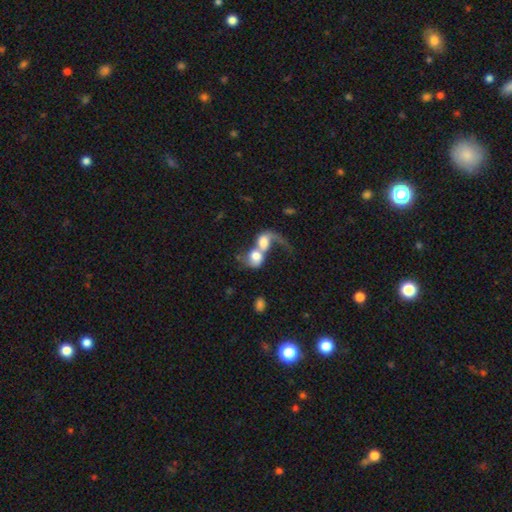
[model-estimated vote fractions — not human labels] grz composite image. It shows a smooth galaxy with no disk features (48%). Merging: merger (81%).